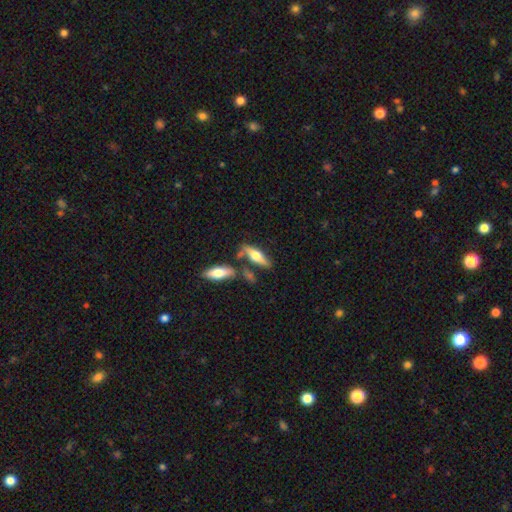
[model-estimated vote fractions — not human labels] Q: Smooth or featured?
A: featured or disk (48%); runner-up: smooth (45%)
Q: Merging?
A: none (61%); runner-up: merger (20%)